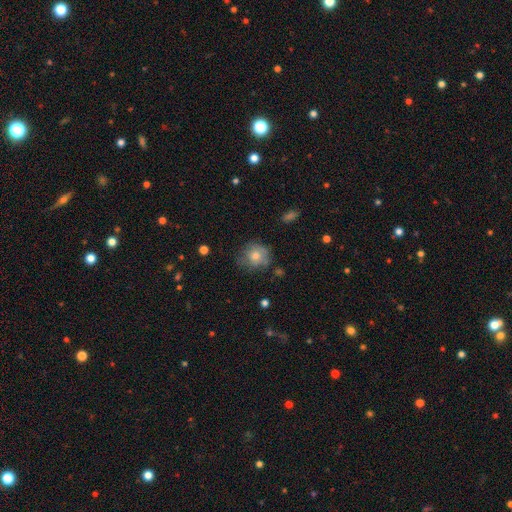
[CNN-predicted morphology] A smooth galaxy with no disk features (67%) that is round (83%). Merging: none (69%).